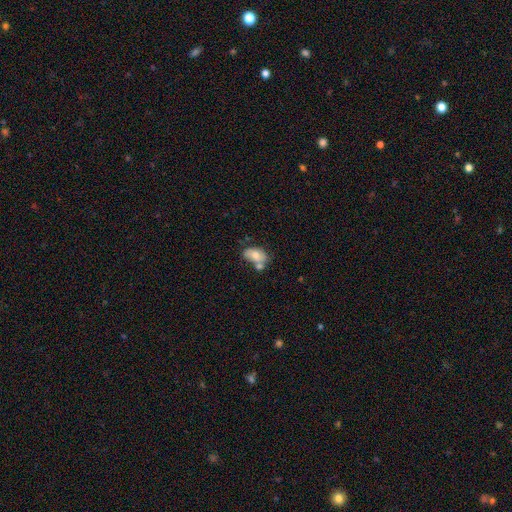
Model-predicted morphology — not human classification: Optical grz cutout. It shows a smooth galaxy with no disk features (66%) that is in between round and cigar-shaped (89%). Merging: none (39%).